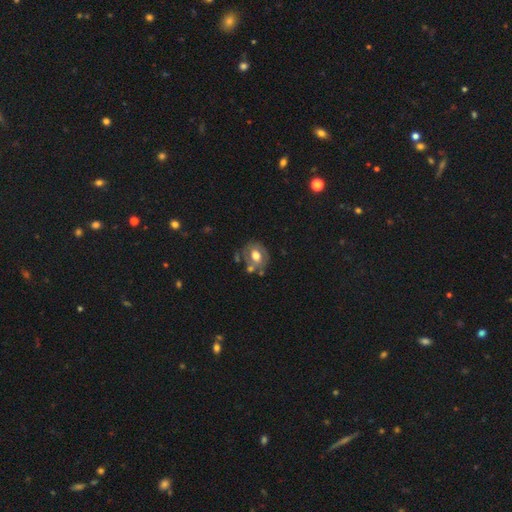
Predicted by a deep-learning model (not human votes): Smooth or featured: smooth — 50% (featured or disk — 42%)
Merging: none — 58% (minor disturbance — 20%)